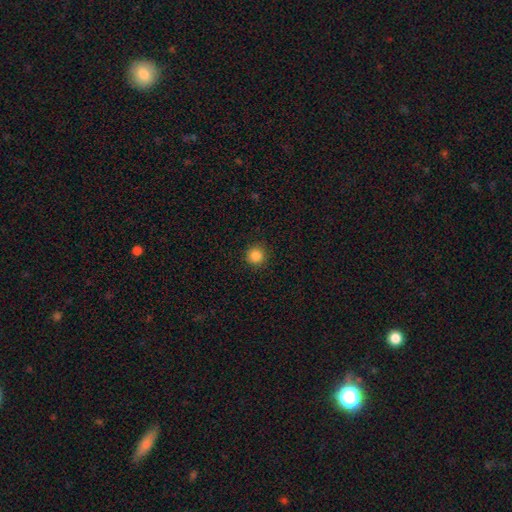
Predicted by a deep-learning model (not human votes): Q: Smooth or featured?
A: smooth (86%); runner-up: star or artifact (11%)
Q: How rounded?
A: round (94%); runner-up: in between (5%)
Q: Merging?
A: none (90%); runner-up: minor disturbance (7%)